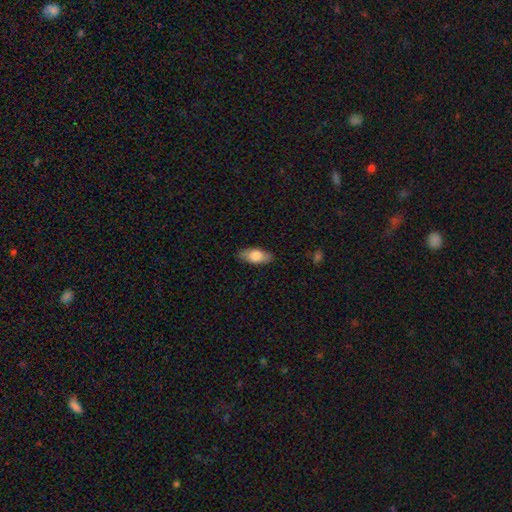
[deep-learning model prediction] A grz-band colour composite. It shows a smooth galaxy with no disk features (75%) that is in between round and cigar-shaped (84%). Merging: none (87%).